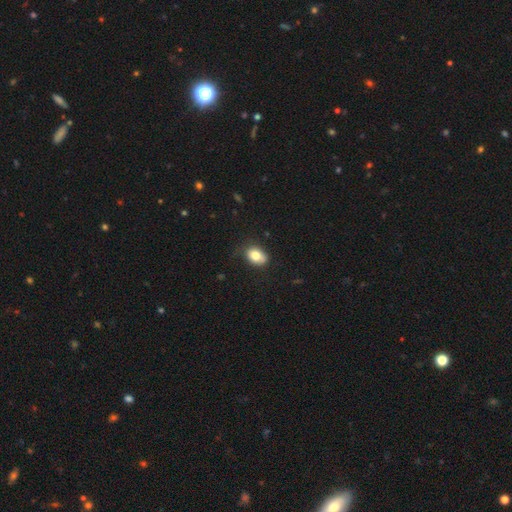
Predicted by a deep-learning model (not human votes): Smooth or featured? Predicted: smooth (p=0.80). How rounded? Predicted: in between (p=0.72). Merging? Predicted: none (p=0.73).